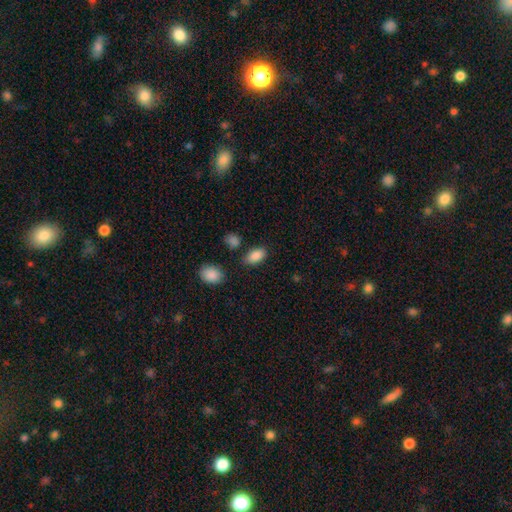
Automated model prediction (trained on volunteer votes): Smooth or featured?
  - smooth: 87% *
  - star or artifact: 8%
  - featured or disk: 4%
How rounded?
  - in between: 92% *
  - round: 6%
  - cigar-shaped: 2%
Merging?
  - none: 81% *
  - minor disturbance: 12%
  - merger: 4%
  - major disturbance: 3%